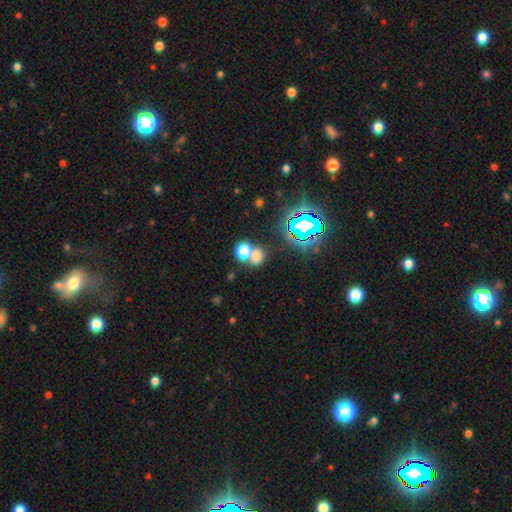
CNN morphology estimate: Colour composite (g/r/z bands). It shows a smooth galaxy with no disk features (67%) that is round (63%). Merging: merger (49%).